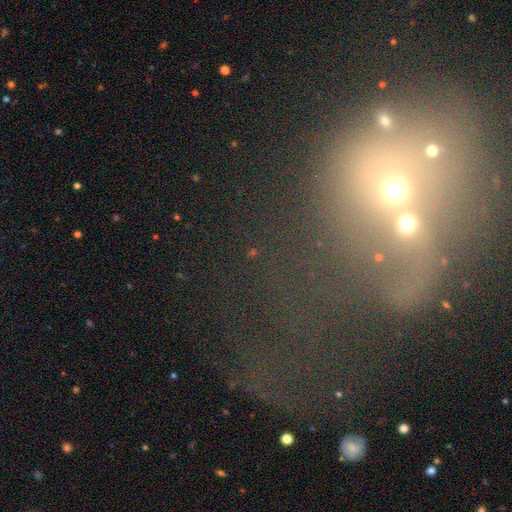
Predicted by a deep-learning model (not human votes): Morphology: type=star or artifact (42%).